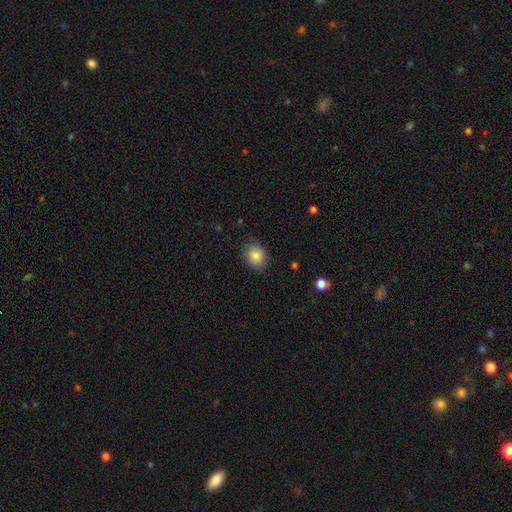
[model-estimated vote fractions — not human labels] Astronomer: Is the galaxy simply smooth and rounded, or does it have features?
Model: smooth — 85%.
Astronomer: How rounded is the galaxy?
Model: round — 52% (runner-up: in between, 47%).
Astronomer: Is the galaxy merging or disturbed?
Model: none — 80%.